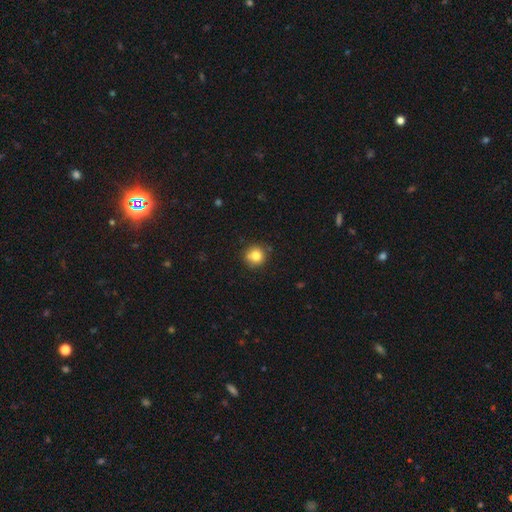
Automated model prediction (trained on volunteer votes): This is clearly a smooth galaxy (81%). How rounded: clearly round (92%). Merging: clearly none (81%).